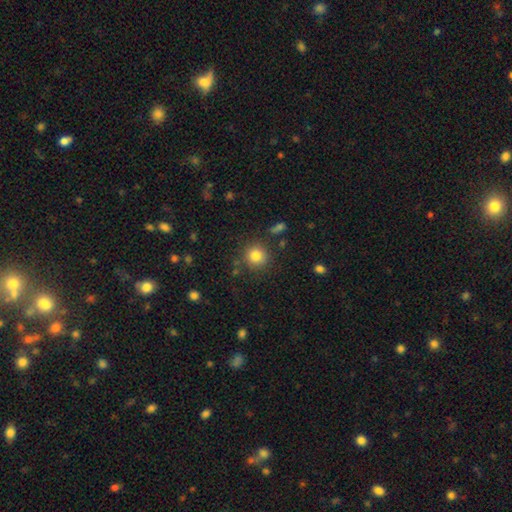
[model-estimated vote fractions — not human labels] Morphology: type=smooth (82%); roundness=round (92%); merging=none (85%).